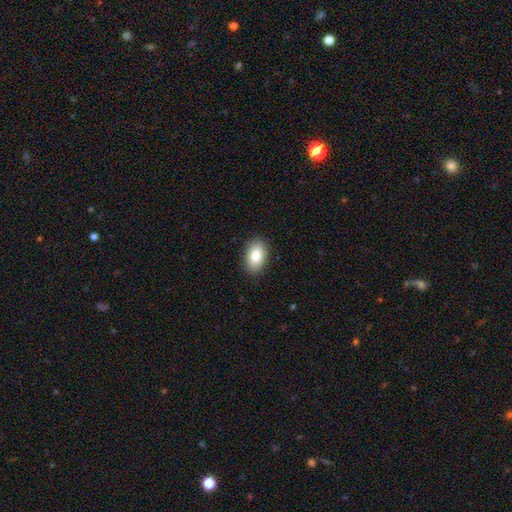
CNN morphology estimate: A smooth galaxy with no disk features (84%) that is in between round and cigar-shaped (91%).

Vote fractions:
- Smooth or featured? smooth: 84% / featured or disk: 8% / star or artifact: 7%
- How rounded? in between: 91% / round: 8% / cigar-shaped: 1%
- Merging? none: 88% / minor disturbance: 9% / major disturbance: 2% / merger: 1%